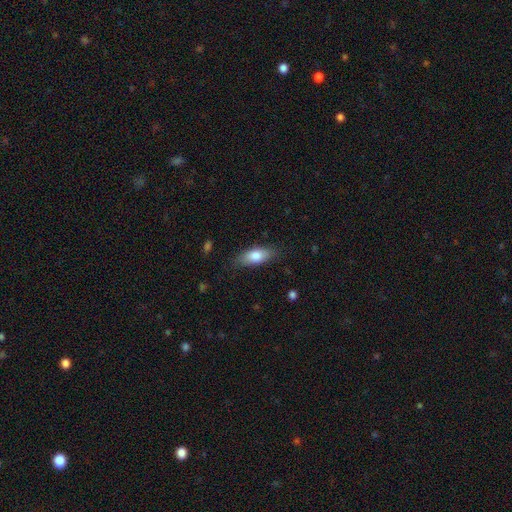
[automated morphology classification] Smooth or featured: smooth — 79% (featured or disk — 15%)
How rounded: in between — 80% (cigar-shaped — 17%)
Merging: none — 79% (minor disturbance — 16%)